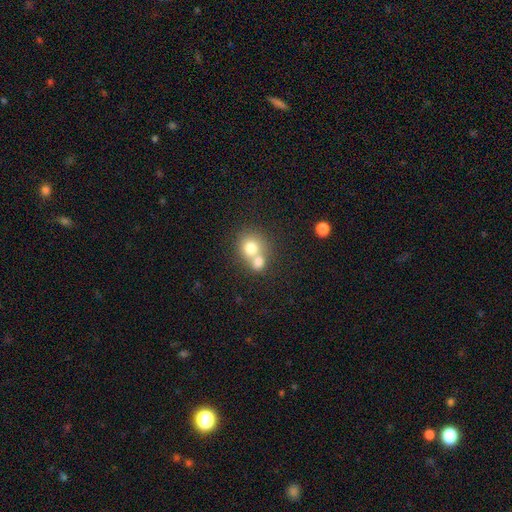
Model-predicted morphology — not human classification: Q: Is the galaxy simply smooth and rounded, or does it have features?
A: smooth — 72%.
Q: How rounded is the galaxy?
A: round — 77%.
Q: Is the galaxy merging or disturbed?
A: merger — 61%.